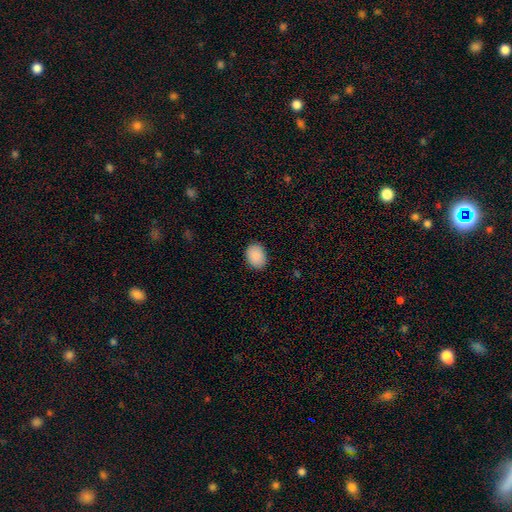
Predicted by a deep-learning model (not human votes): smooth 90%, star or artifact 7%, featured or disk 3%. Down the decision tree: how rounded — in between (66%); merging — none (88%).